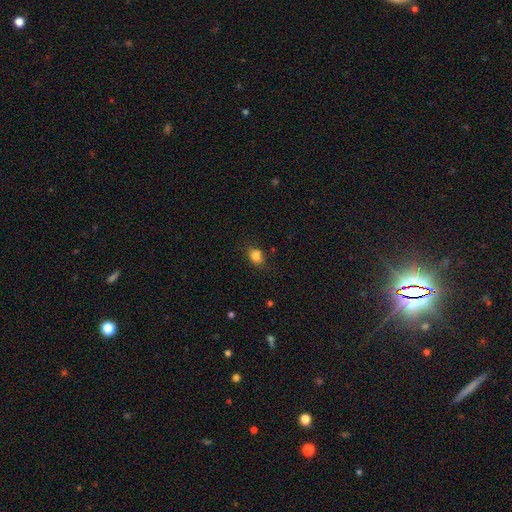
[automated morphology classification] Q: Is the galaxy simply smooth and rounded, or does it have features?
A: smooth — 84%.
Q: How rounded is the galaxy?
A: in between — 57%.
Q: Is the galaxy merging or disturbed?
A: none — 74%.